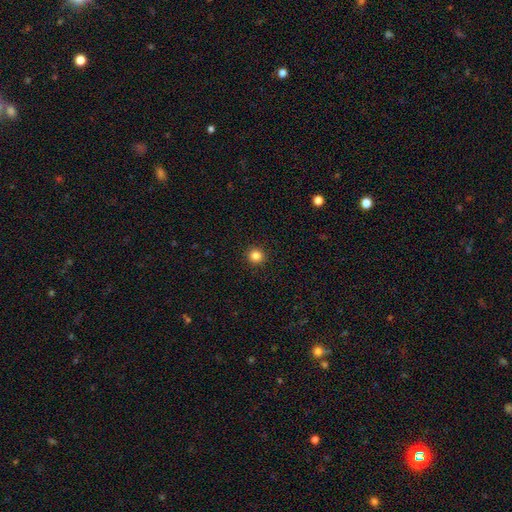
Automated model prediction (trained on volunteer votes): Smooth or featured? smooth (84%)
How rounded? round (95%)
Merging? none (93%)